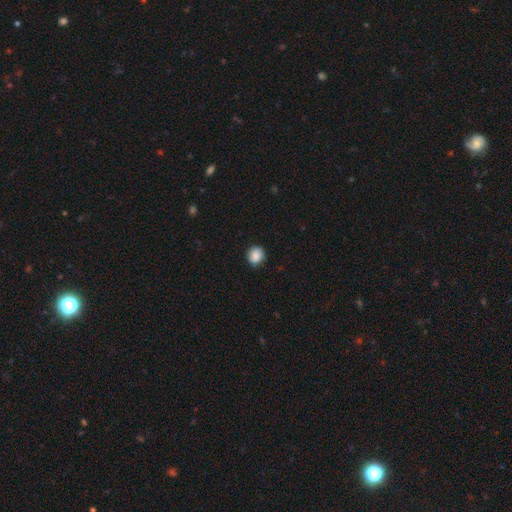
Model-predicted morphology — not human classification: smooth-or-featured: smooth: 86% | star or artifact: 8% | featured or disk: 5%
  how-rounded: round: 82% | in between: 17% | cigar-shaped: 1%
  merging: none: 85% | minor disturbance: 12% | major disturbance: 2% | merger: 1%